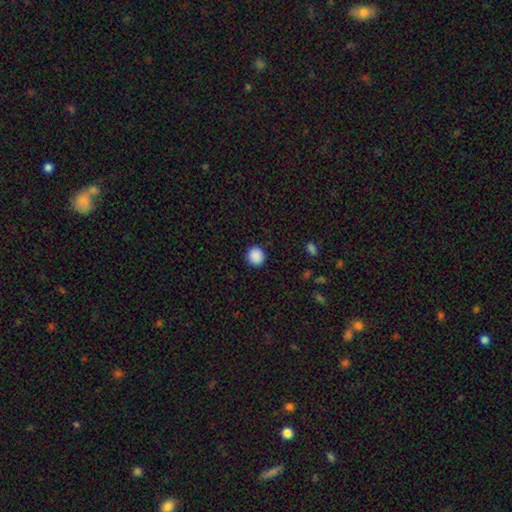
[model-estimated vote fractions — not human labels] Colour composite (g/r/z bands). It shows a smooth galaxy with no disk features (89%) that is round (89%). Merging: none (91%).